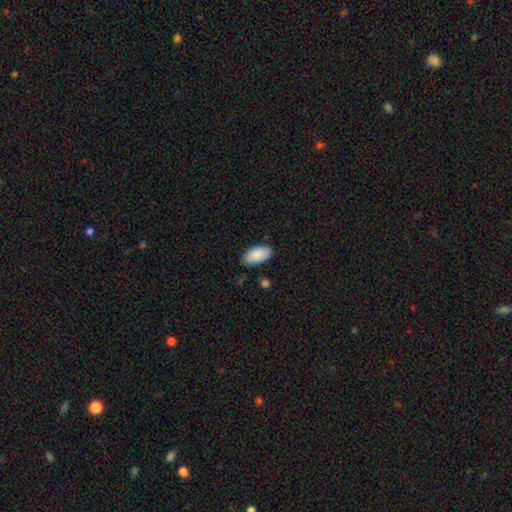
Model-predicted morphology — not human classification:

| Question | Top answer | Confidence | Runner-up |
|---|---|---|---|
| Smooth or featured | smooth | 89% | star or artifact (6%) |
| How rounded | in between | 95% | cigar-shaped (3%) |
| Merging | none | 80% | minor disturbance (15%) |